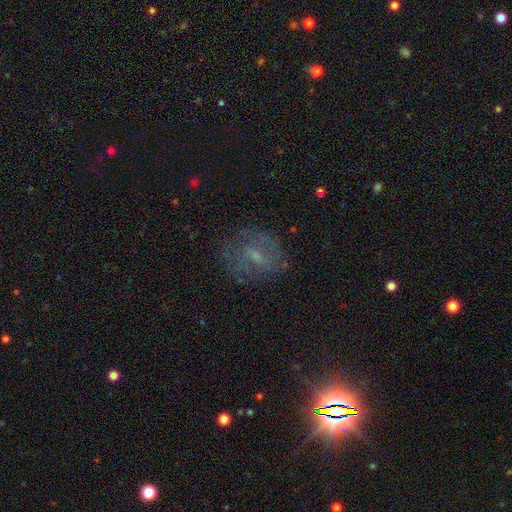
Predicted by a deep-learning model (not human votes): A featured or disk galaxy (52%).

Vote fractions:
- Smooth or featured? featured or disk: 52% / smooth: 35% / star or artifact: 14%
- Edge-on disk? no: 96% / yes: 4%
- Merging? none: 68% / minor disturbance: 18% / major disturbance: 13% / merger: 2%